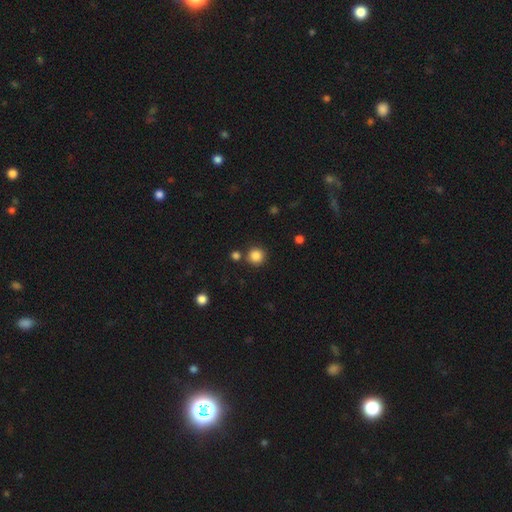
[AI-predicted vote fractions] smooth-or-featured: smooth: 85% | star or artifact: 11% | featured or disk: 4%
  how-rounded: round: 94% | in between: 5% | cigar-shaped: 1%
  merging: none: 82% | merger: 9% | minor disturbance: 7% | major disturbance: 3%